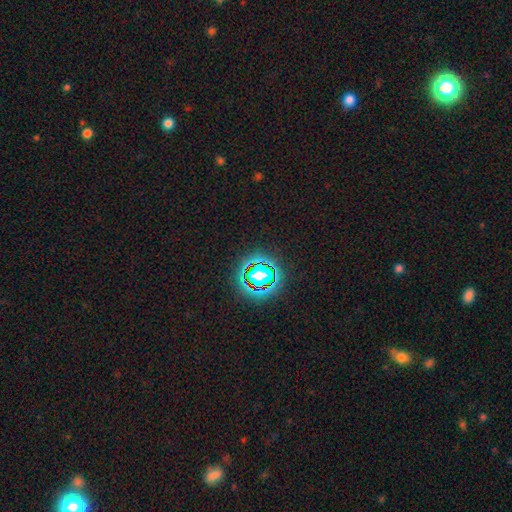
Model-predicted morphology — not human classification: Smooth or featured?
  - star or artifact: 77% *
  - smooth: 15%
  - featured or disk: 8%